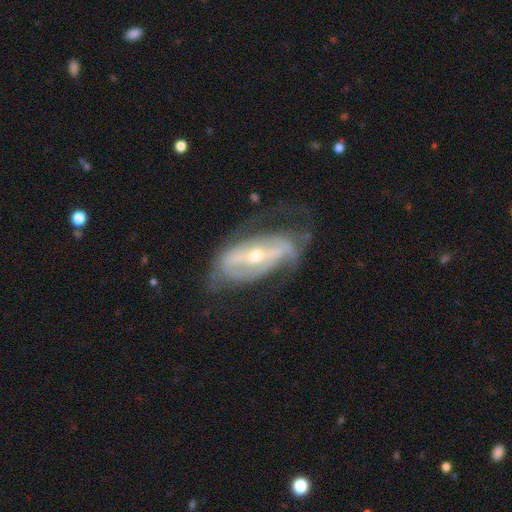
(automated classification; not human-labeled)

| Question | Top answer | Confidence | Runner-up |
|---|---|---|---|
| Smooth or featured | featured or disk | 82% | smooth (11%) |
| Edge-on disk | no | 89% | yes (11%) |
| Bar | strong | 52% | weak (26%) |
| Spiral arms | yes | 80% | no (20%) |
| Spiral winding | medium | 38% | tight (37%) |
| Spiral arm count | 2 | 57% | can't tell (27%) |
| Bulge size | small | 56% | moderate (41%) |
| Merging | none | 51% | minor disturbance (24%) |